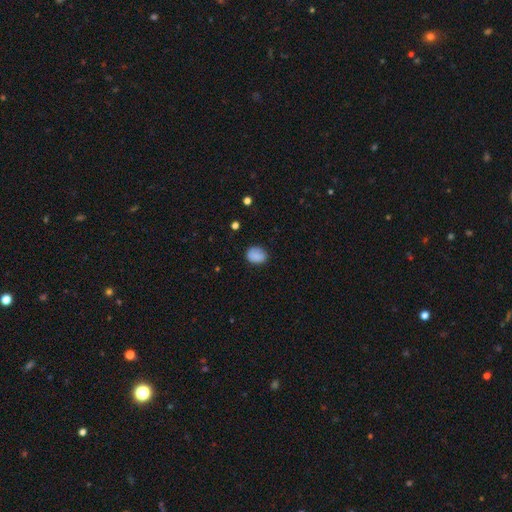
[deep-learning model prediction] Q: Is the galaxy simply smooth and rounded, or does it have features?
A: smooth — 84%.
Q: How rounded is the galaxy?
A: in between — 58%.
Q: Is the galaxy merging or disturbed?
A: none — 74%.